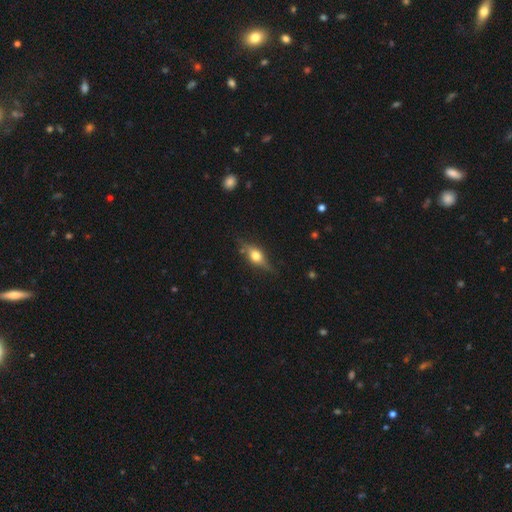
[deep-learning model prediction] smooth-or-featured: featured or disk: 50% | smooth: 42% | star or artifact: 8%
  merging: none: 77% | minor disturbance: 17% | major disturbance: 4% | merger: 2%